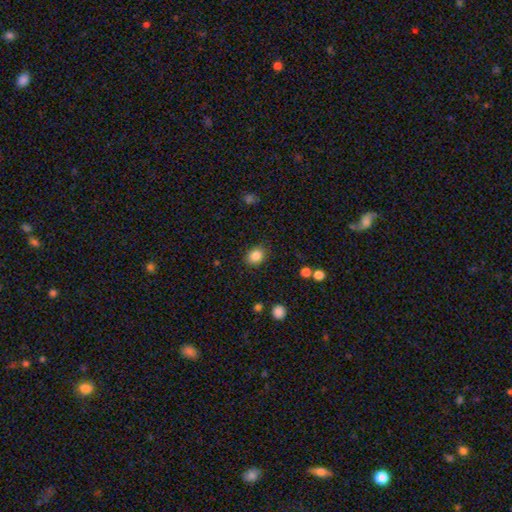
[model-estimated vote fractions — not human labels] Smooth or featured: smooth — 85% (star or artifact — 10%)
How rounded: round — 52% (in between — 47%)
Merging: none — 86% (minor disturbance — 10%)